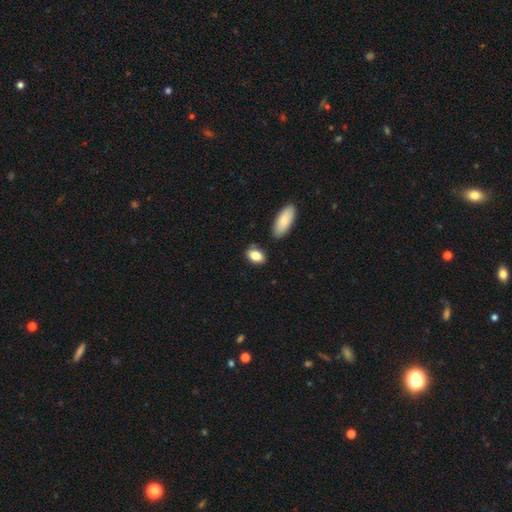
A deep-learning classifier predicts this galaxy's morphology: The model was most divided on "merging": none: 78%, minor disturbance: 13%, merger: 6%, major disturbance: 3%. More confident: how rounded — in between (87%); smooth or featured — smooth (84%).